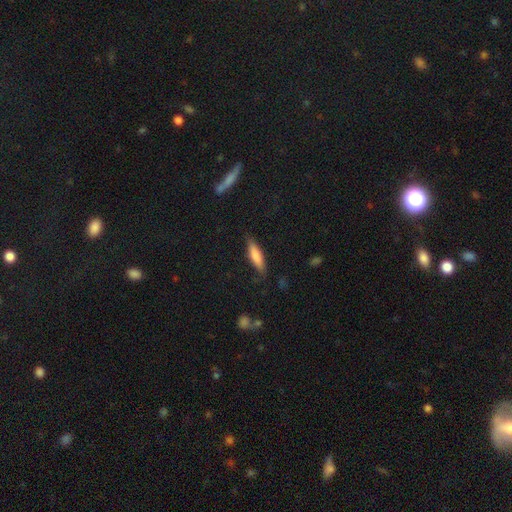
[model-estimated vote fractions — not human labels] The model was most divided on "how rounded": cigar-shaped: 69%, in between: 30%, round: 2%. More confident: merging — none (80%); smooth or featured — smooth (74%).